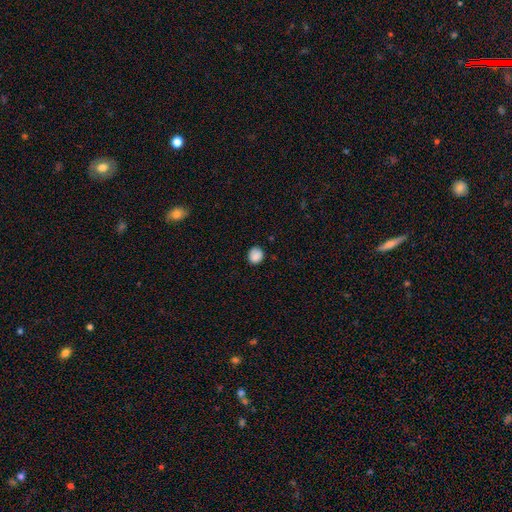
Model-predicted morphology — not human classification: This appears to be a smooth galaxy with no disk features (86%) that is round (76%). Merging: none (80%).